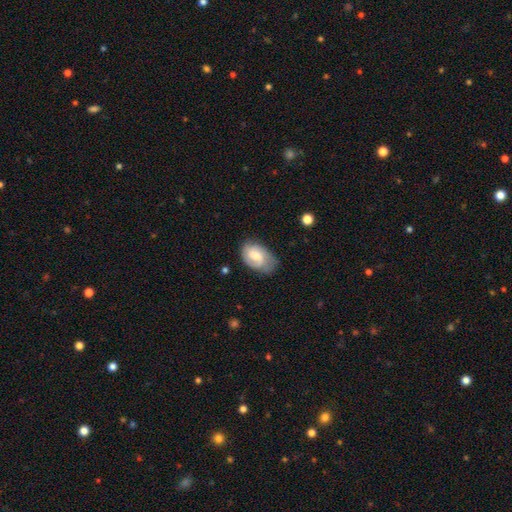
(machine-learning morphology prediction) Smooth or featured: smooth — 48% (featured or disk — 45%)
Merging: none — 57% (minor disturbance — 31%)